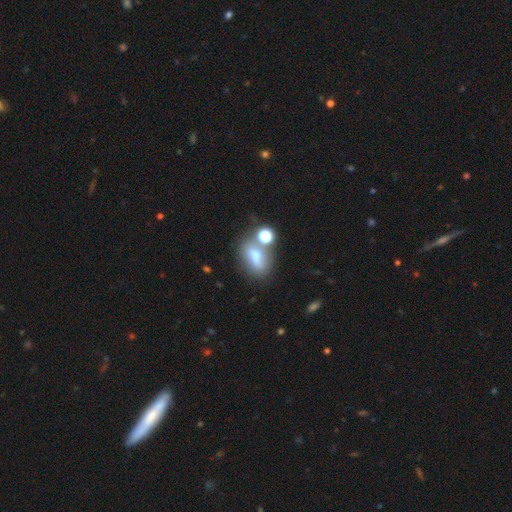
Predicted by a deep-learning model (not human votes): This is likely a smooth galaxy (64%). How rounded: likely in between (70%). Merging: possibly none (47%).